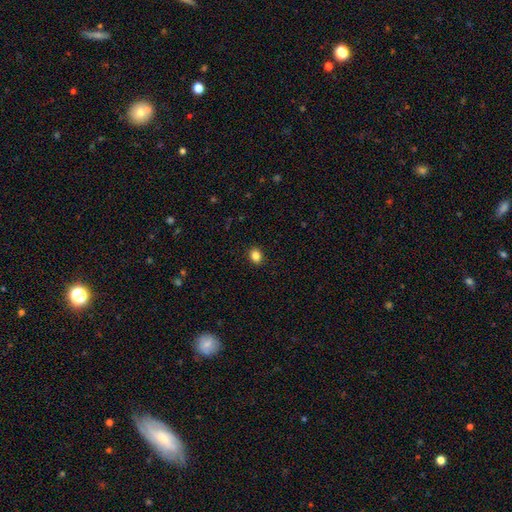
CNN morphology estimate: smooth-or-featured: smooth: 85% | star or artifact: 10% | featured or disk: 4%
  how-rounded: in between: 51% | round: 48% | cigar-shaped: 1%
  merging: none: 90% | minor disturbance: 7% | major disturbance: 2% | merger: 1%